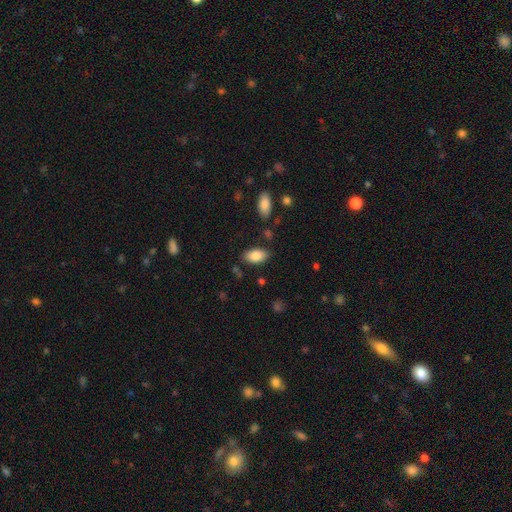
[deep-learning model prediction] This is clearly a smooth galaxy (86%). How rounded: clearly in between (94%). Merging: clearly none (81%).